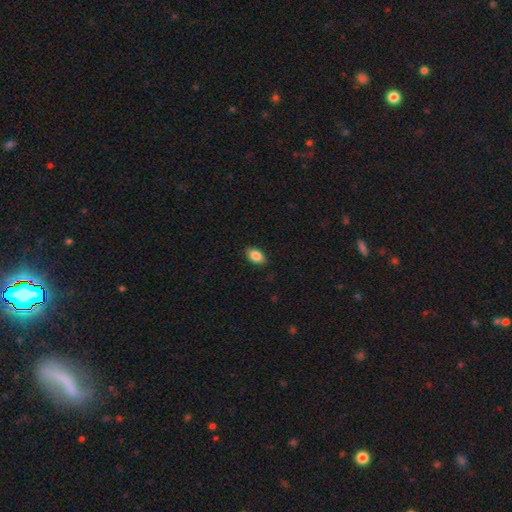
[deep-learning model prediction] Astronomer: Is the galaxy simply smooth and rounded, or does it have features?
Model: smooth — 86%.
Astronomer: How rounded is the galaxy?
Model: in between — 88%.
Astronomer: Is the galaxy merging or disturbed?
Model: none — 86%.